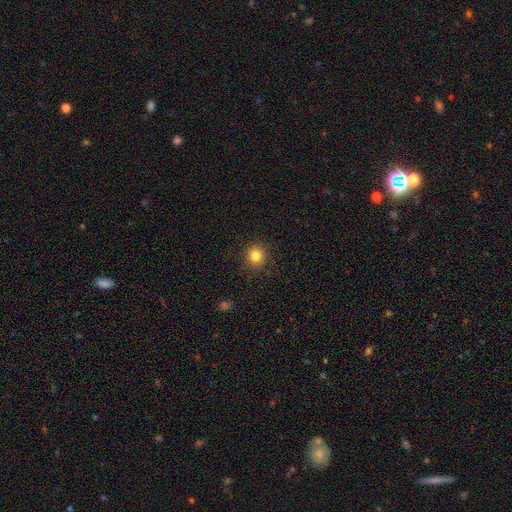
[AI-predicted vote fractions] Q: Smooth or featured?
A: smooth (83%); runner-up: star or artifact (12%)
Q: How rounded?
A: round (90%); runner-up: in between (9%)
Q: Merging?
A: none (90%); runner-up: minor disturbance (6%)